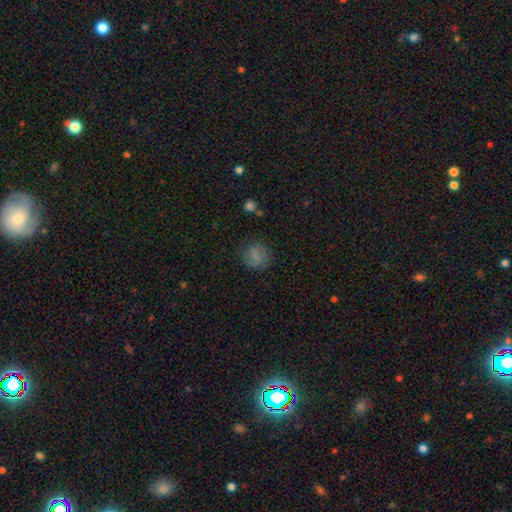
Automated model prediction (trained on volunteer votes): Morphology: type=smooth (69%); roundness=round (80%); merging=none (74%).